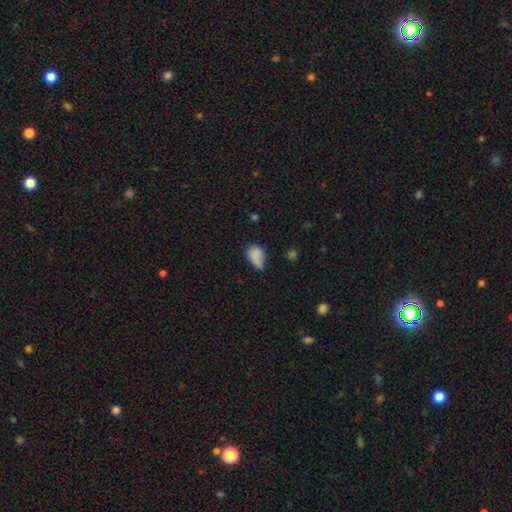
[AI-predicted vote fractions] Smooth or featured: smooth — 80% (star or artifact — 10%)
How rounded: in between — 82% (round — 16%)
Merging: minor disturbance — 39% (none — 36%)